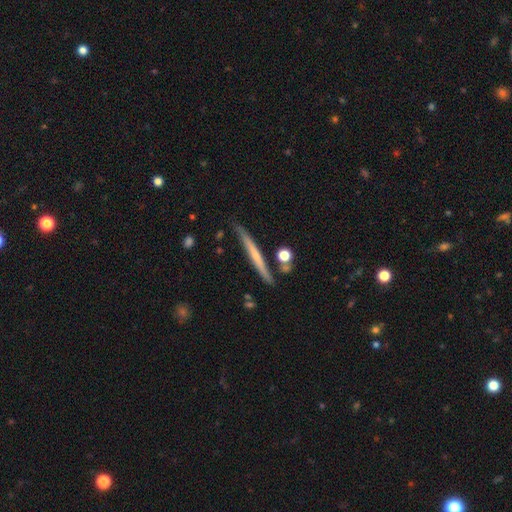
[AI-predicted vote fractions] Smooth or featured: featured or disk — 55% (smooth — 39%)
Edge-on disk: yes — 96% (no — 4%)
Edge-on bulge: none — 62% (rounded — 32%)
Merging: none — 82% (minor disturbance — 11%)